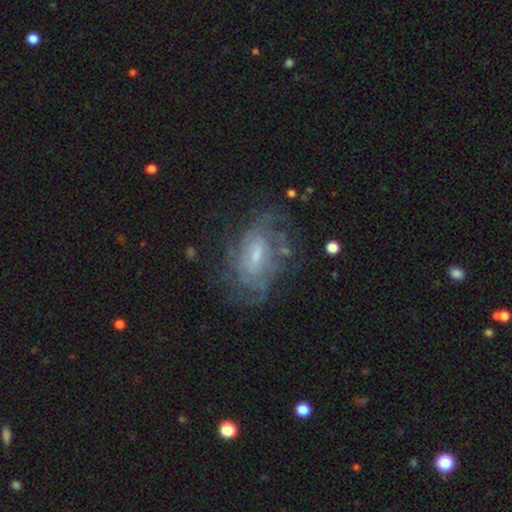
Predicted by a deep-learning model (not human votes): featured or disk 79%, smooth 13%, star or artifact 8%. Down the decision tree: edge-on disk — no (95%); bar — weak (53%); spiral arms — yes (83%); spiral arm count — can't tell (56%); spiral winding — tight (56%); bulge size — small (54%); merging — none (63%).